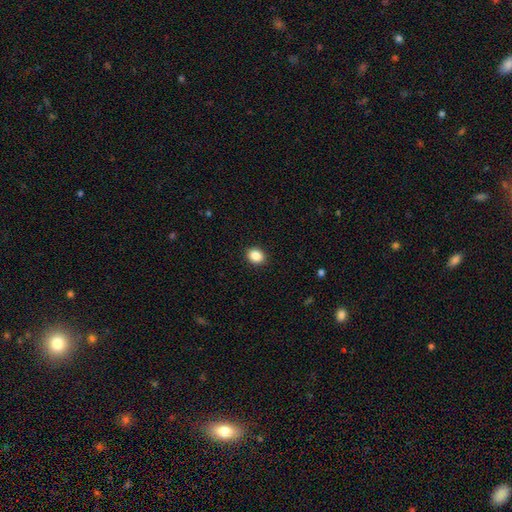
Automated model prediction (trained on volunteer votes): Morphology: type=smooth (87%); roundness=round (60%); merging=none (92%).